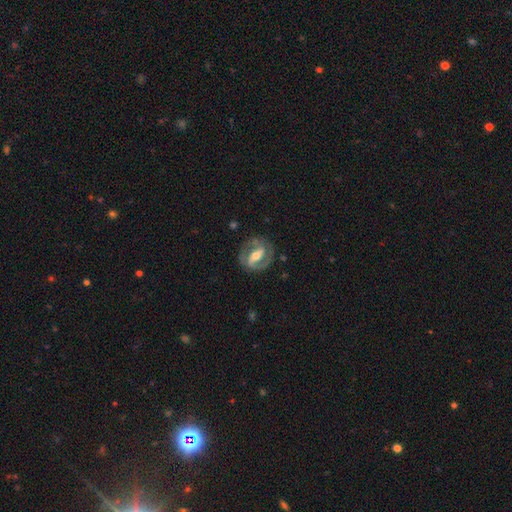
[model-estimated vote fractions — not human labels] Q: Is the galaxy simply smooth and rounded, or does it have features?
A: featured or disk — 83%.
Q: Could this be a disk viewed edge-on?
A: no — 96%.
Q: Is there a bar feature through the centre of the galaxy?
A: strong — 59%.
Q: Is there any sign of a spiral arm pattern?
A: yes — 85%.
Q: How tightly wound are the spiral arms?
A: medium — 45%.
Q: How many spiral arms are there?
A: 2 — 86%.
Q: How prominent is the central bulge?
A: moderate — 65%.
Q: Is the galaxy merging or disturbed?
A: none — 80%.